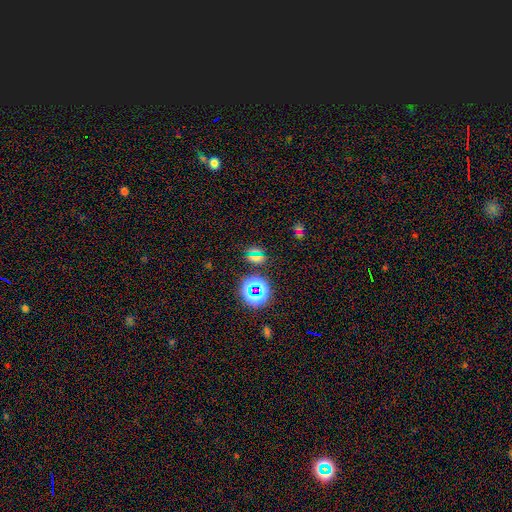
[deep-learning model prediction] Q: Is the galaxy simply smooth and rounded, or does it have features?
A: star or artifact — 56%.